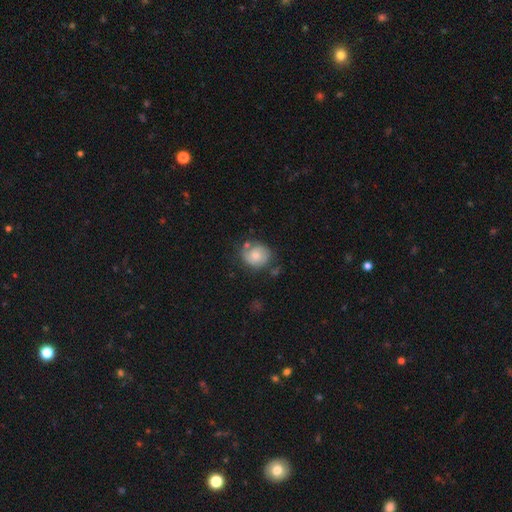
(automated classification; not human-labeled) Morphology: type=smooth (53%); roundness=round (75%); merging=none (57%).